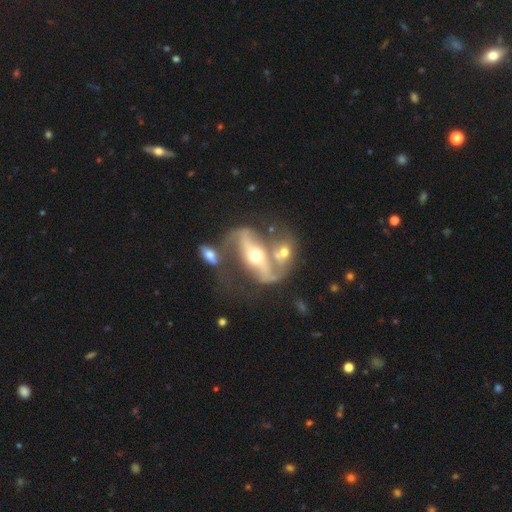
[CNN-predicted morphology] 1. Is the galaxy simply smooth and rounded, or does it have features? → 79% featured or disk, 15% smooth, 6% star or artifact.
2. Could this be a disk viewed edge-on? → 82% no, 18% yes.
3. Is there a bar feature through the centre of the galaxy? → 51% strong, 29% no, 20% weak.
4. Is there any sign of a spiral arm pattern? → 70% yes, 30% no.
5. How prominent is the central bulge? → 62% moderate, 29% small, 6% large, 2% dominant, 1% none.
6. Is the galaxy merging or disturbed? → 37% none, 35% merger, 15% major disturbance, 14% minor disturbance.